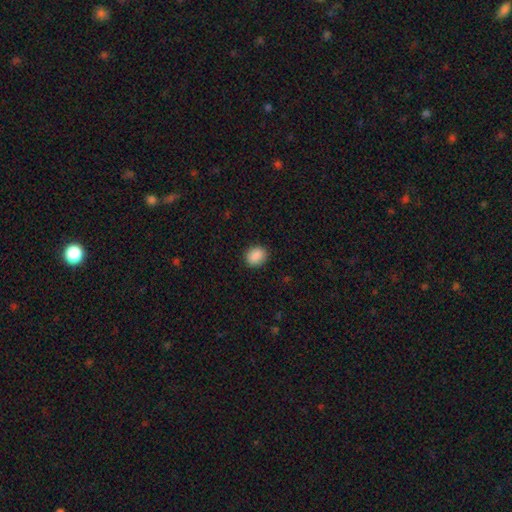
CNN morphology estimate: smooth-or-featured: smooth: 89% | star or artifact: 8% | featured or disk: 3%
  how-rounded: round: 59% | in between: 40% | cigar-shaped: 1%
  merging: none: 89% | minor disturbance: 8% | major disturbance: 2% | merger: 1%